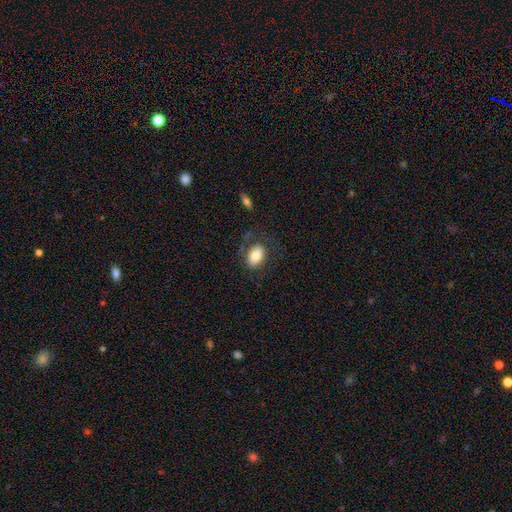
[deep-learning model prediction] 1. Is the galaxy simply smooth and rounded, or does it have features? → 79% smooth, 13% featured or disk, 8% star or artifact.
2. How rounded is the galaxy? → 82% in between, 17% round, 1% cigar-shaped.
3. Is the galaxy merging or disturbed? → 70% none, 16% minor disturbance, 11% major disturbance, 3% merger.